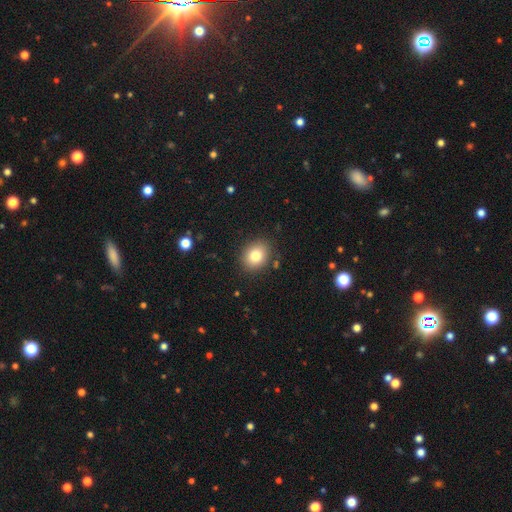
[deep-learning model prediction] Smooth or featured? Predicted: smooth (p=0.81). How rounded? Predicted: round (p=0.55). Merging? Predicted: none (p=0.87).